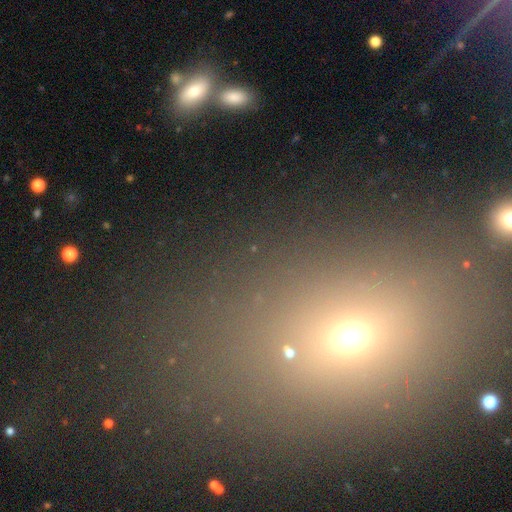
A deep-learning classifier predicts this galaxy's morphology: A smooth galaxy with no disk features (50%) that is in between round and cigar-shaped (64%).

Vote fractions:
- Smooth or featured? smooth: 50% / star or artifact: 36% / featured or disk: 14%
- How rounded? in between: 64% / round: 31% / cigar-shaped: 5%
- Merging? none: 76% / minor disturbance: 10% / merger: 7% / major disturbance: 6%